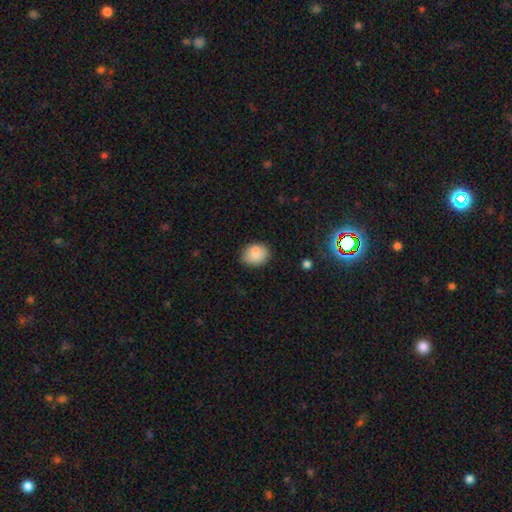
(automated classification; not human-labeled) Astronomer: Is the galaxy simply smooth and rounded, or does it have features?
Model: smooth — 84%.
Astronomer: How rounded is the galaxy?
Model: in between — 50% (runner-up: round, 49%).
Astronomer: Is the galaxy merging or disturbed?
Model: none — 74%.